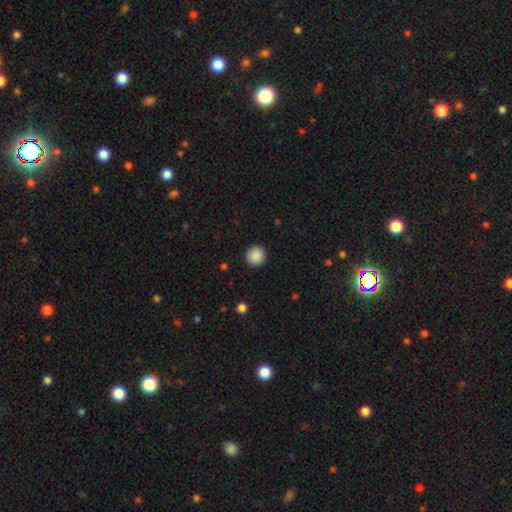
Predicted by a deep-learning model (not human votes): A smooth galaxy with no disk features (89%) that is round (95%). Merging: none (92%).